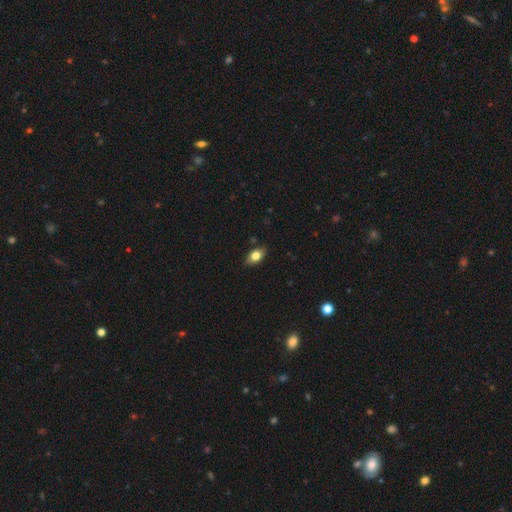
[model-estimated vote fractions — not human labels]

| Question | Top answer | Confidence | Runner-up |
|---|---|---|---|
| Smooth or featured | smooth | 75% | featured or disk (17%) |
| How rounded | in between | 86% | round (10%) |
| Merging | none | 85% | minor disturbance (12%) |